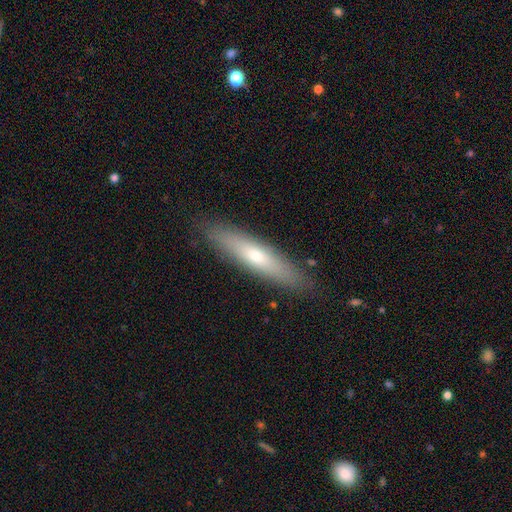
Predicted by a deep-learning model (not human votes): A smooth galaxy with no disk features (55%) that is cigar-shaped (82%). Merging: none (88%).